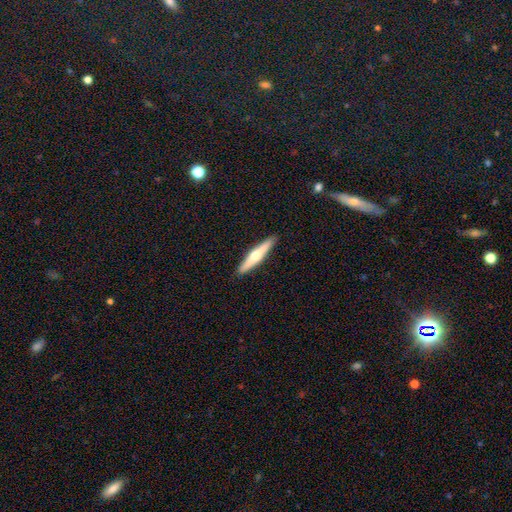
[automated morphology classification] Smooth or featured: featured or disk — 55% (smooth — 40%)
Edge-on disk: yes — 95% (no — 5%)
Edge-on bulge: rounded — 91% (none — 6%)
Merging: none — 91% (minor disturbance — 6%)